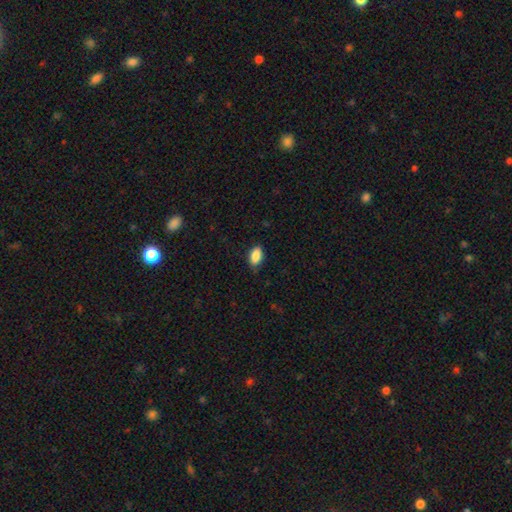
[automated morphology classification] Smooth or featured?
  - smooth: 88% *
  - star or artifact: 7%
  - featured or disk: 5%
How rounded?
  - in between: 91% *
  - round: 5%
  - cigar-shaped: 4%
Merging?
  - none: 77% *
  - minor disturbance: 19%
  - major disturbance: 3%
  - merger: 1%